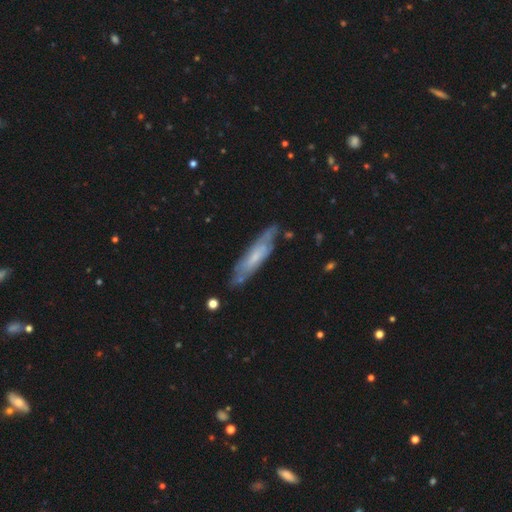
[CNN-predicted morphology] Smooth or featured? featured or disk (55%)
Edge-on disk? no (52%)
Merging? none (73%)